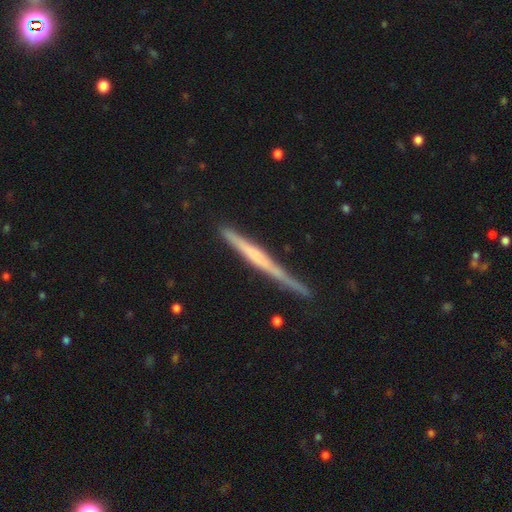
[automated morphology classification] A featured or disk galaxy (64%) viewed edge-on (97%) with no central bulge (61%).

Vote fractions:
- Smooth or featured? featured or disk: 64% / smooth: 29% / star or artifact: 6%
- Edge-on disk? yes: 97% / no: 3%
- Edge-on bulge? none: 61% / rounded: 21% / boxy: 18%
- Merging? none: 76% / minor disturbance: 18% / major disturbance: 3% / merger: 3%